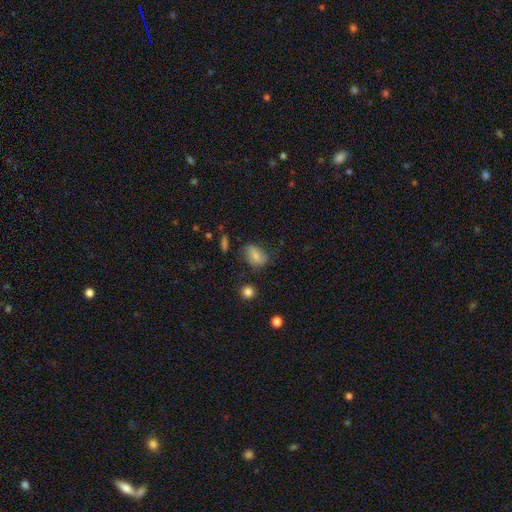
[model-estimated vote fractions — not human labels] smooth 74%, featured or disk 16%, star or artifact 9%. Down the decision tree: how rounded — in between (77%); merging — none (65%).